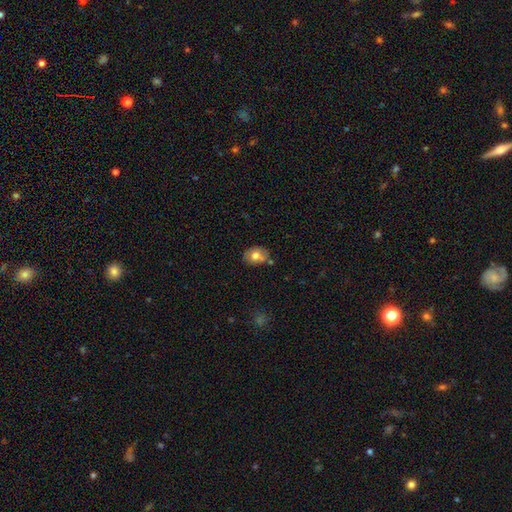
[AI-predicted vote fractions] This is likely a smooth galaxy (70%). How rounded: likely in between (65%). Merging: likely none (66%).